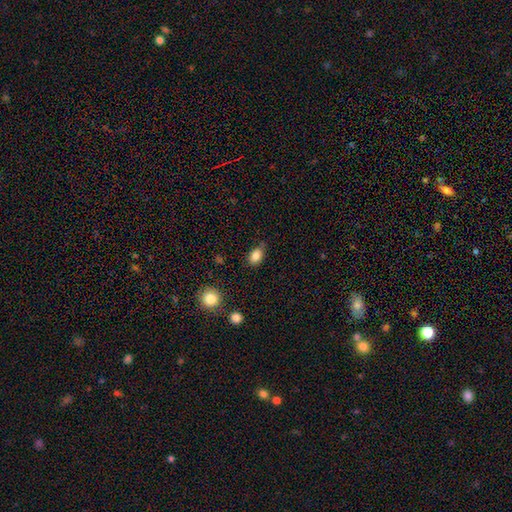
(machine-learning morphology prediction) Smooth or featured? smooth (86%)
How rounded? in between (80%)
Merging? none (67%)